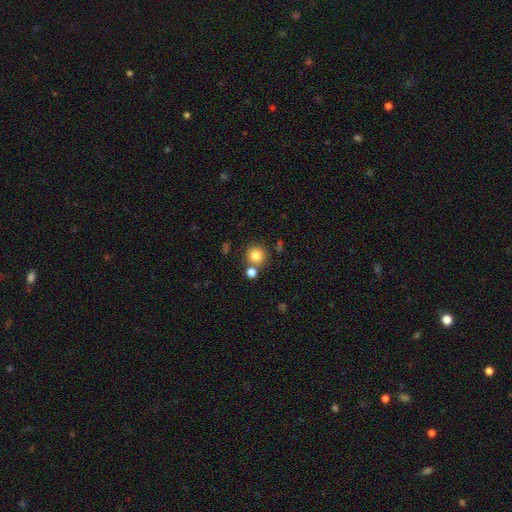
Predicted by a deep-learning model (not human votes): Smooth or featured?
  - smooth: 82% *
  - star or artifact: 11%
  - featured or disk: 7%
How rounded?
  - round: 92% *
  - in between: 7%
  - cigar-shaped: 1%
Merging?
  - none: 74% *
  - merger: 16%
  - minor disturbance: 8%
  - major disturbance: 3%